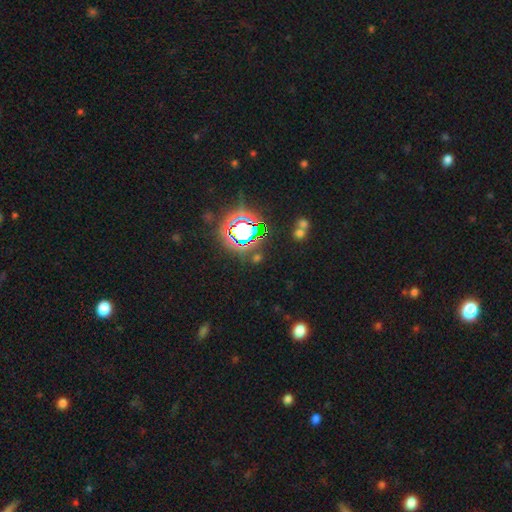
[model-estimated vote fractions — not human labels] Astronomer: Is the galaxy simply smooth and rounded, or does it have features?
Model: star or artifact — 73%.